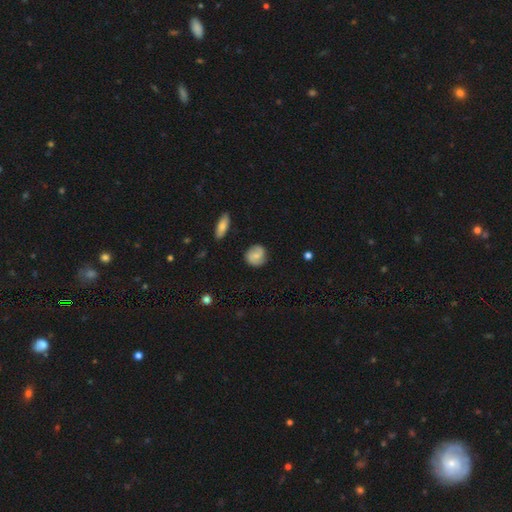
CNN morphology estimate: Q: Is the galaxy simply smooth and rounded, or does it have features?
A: smooth — 57%.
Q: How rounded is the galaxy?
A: round — 79%.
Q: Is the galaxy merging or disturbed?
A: none — 81%.